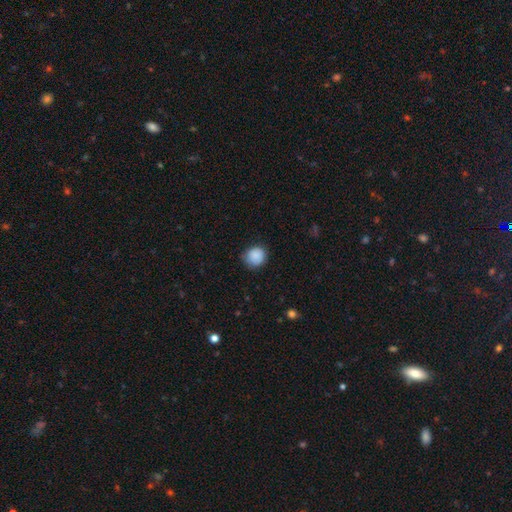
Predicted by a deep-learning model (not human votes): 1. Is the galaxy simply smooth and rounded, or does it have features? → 88% smooth, 8% star or artifact, 4% featured or disk.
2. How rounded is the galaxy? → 88% round, 11% in between, 1% cigar-shaped.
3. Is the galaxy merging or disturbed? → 79% none, 17% minor disturbance, 3% major disturbance, 1% merger.